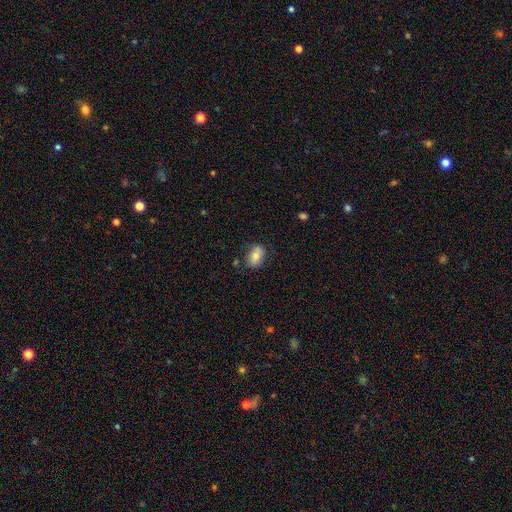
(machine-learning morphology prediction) This is likely a smooth galaxy (72%). How rounded: likely in between (77%). Merging: likely none (76%).